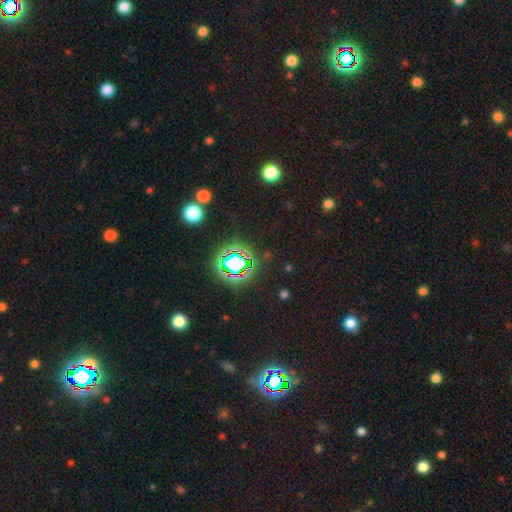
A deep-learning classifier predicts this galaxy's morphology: smooth_or_featured: star or artifact (p=0.75) [alt: smooth p=0.17]